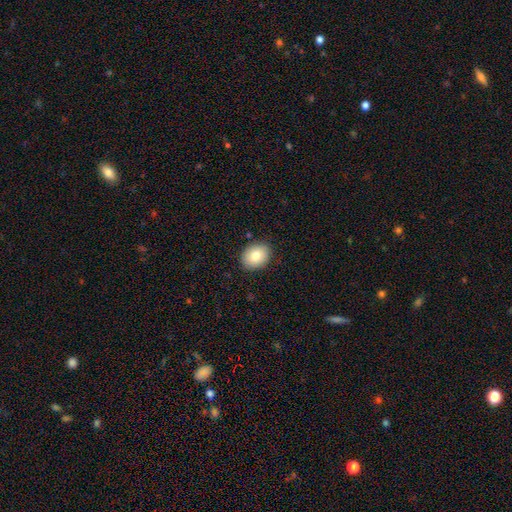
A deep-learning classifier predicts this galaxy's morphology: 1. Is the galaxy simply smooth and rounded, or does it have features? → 80% smooth, 11% featured or disk, 8% star or artifact.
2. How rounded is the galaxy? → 53% in between, 47% round, 1% cigar-shaped.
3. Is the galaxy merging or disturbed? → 88% none, 9% minor disturbance, 2% major disturbance, 1% merger.